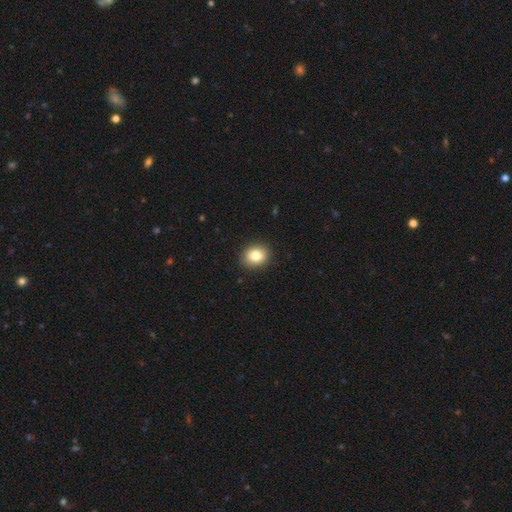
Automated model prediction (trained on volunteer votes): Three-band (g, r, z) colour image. It shows a smooth galaxy with no disk features (82%) that is round (66%). Merging: none (91%).